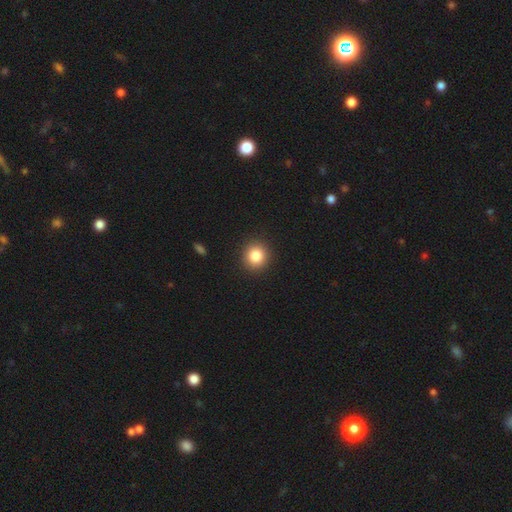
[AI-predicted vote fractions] This appears to be a smooth galaxy with no disk features (85%) that is round (88%). Merging: none (92%).